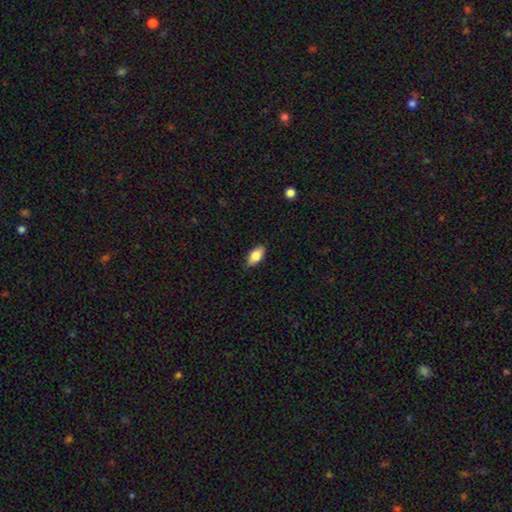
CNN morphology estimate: smooth_or_featured: smooth (p=0.78) [alt: featured or disk p=0.15]
how_rounded: in between (p=0.87) [alt: cigar-shaped p=0.10]
merging: none (p=0.83) [alt: minor disturbance p=0.13]